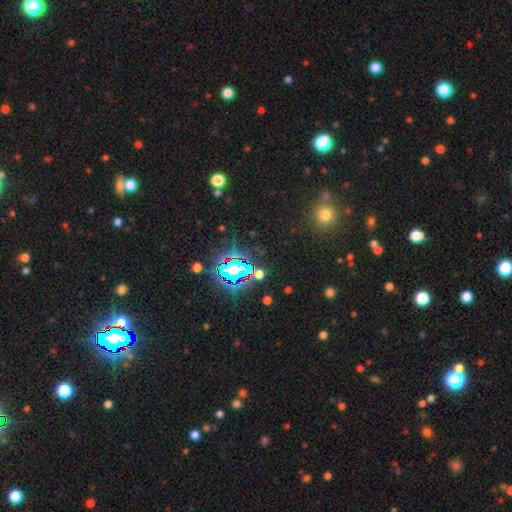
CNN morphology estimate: smooth-or-featured: star or artifact: 74% | smooth: 17% | featured or disk: 8%